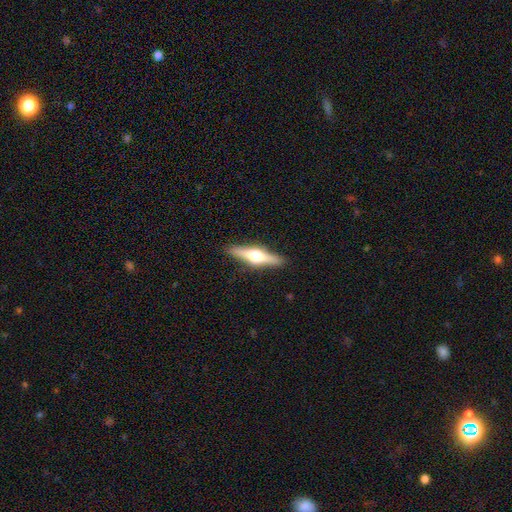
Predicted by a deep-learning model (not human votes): Overall: featured or disk (69%). Edge-on disk: yes (97%). Edge-on bulge: rounded (95%). Merging: none (90%).